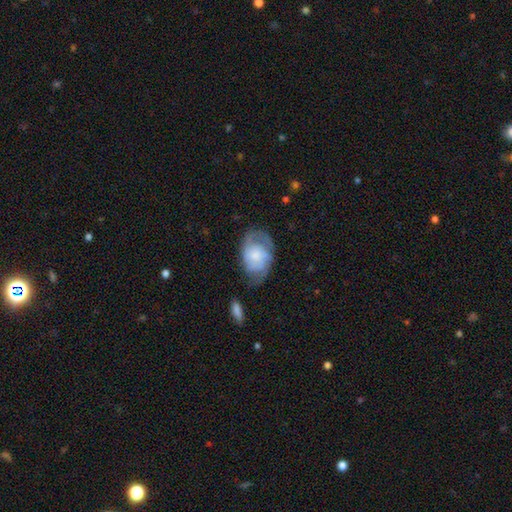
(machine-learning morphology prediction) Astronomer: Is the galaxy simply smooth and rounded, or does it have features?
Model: featured or disk — 57% (runner-up: smooth, 36%).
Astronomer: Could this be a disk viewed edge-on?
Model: no — 97%.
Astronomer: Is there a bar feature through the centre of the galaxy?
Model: no — 74%.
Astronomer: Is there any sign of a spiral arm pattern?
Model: yes — 84%.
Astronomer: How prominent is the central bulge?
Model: small — 34% (runner-up: moderate, 28%).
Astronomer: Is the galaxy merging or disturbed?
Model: none — 53%.